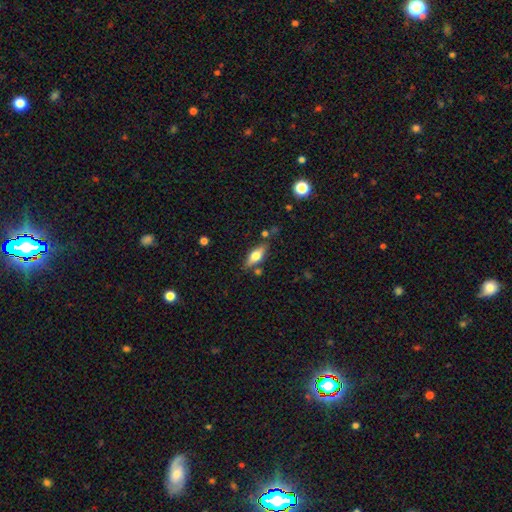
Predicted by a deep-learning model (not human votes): Smooth or featured? smooth (57%)
How rounded? in between (67%)
Merging? none (76%)